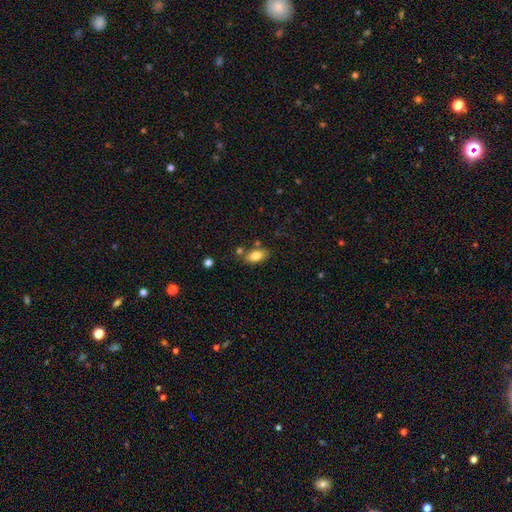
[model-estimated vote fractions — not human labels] A smooth galaxy with no disk features (80%) that is in between round and cigar-shaped (89%).

Vote fractions:
- Smooth or featured? smooth: 80% / featured or disk: 12% / star or artifact: 8%
- How rounded? in between: 89% / cigar-shaped: 6% / round: 5%
- Merging? none: 73% / minor disturbance: 14% / merger: 9% / major disturbance: 3%